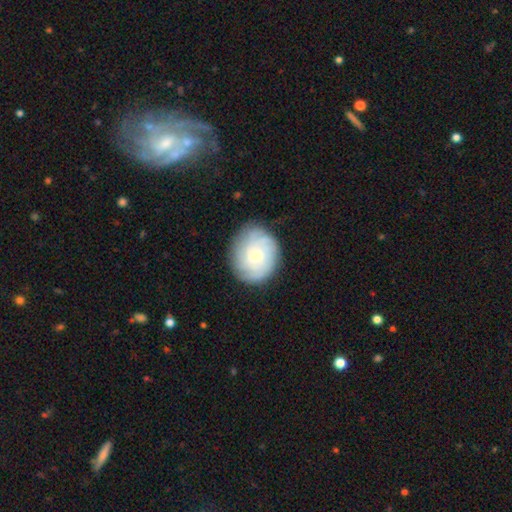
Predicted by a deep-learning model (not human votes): Q: Smooth or featured?
A: featured or disk (59%); runner-up: smooth (33%)
Q: Edge-on disk?
A: no (97%); runner-up: yes (3%)
Q: Bar?
A: no (83%); runner-up: weak (15%)
Q: Spiral arms?
A: yes (84%); runner-up: no (16%)
Q: Bulge size?
A: small (59%); runner-up: moderate (38%)
Q: Merging?
A: none (79%); runner-up: minor disturbance (15%)